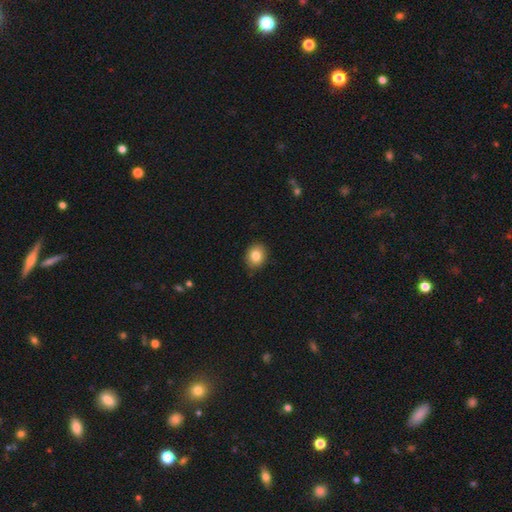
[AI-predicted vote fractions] Smooth or featured: smooth — 83% (star or artifact — 9%)
How rounded: round — 64% (in between — 35%)
Merging: none — 87% (minor disturbance — 10%)